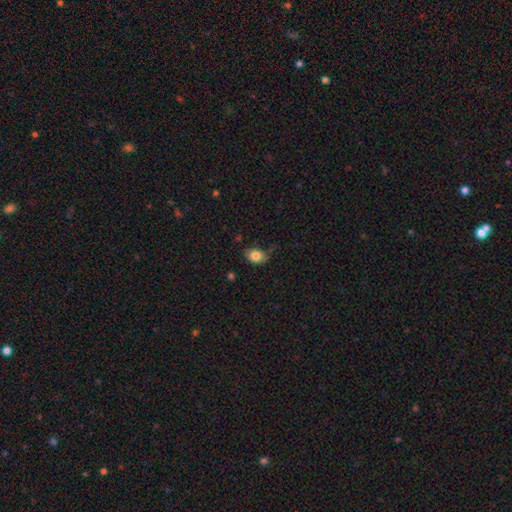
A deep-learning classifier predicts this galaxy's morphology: Overall: smooth (83%). How rounded: in between (66%; round 33%). Merging: none (65%; minor disturbance 27%).